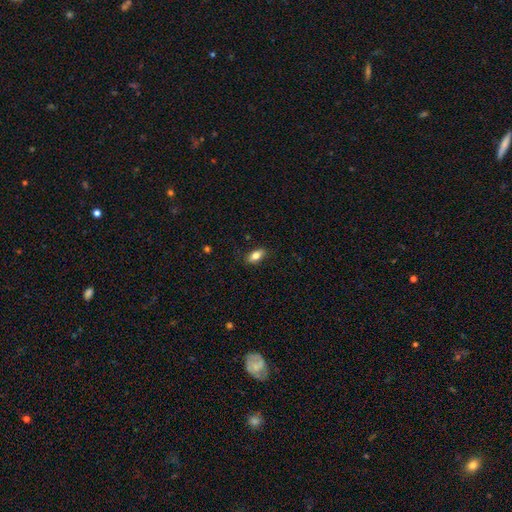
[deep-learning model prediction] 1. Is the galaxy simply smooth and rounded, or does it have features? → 81% smooth, 12% featured or disk, 8% star or artifact.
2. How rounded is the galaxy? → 87% in between, 9% cigar-shaped, 4% round.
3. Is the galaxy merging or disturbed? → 87% none, 10% minor disturbance, 2% major disturbance, 1% merger.